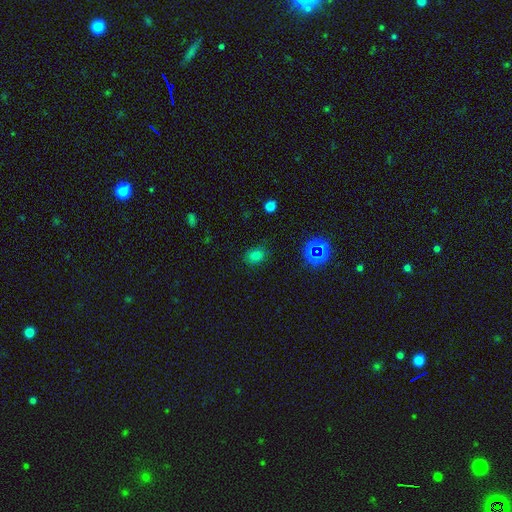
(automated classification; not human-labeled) Morphology: type=smooth (73%); roundness=in between (57%); merging=none (82%).